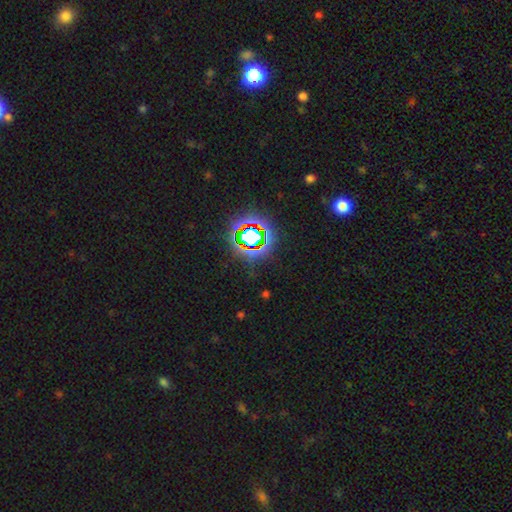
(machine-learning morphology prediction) Q: Smooth or featured?
A: star or artifact (77%); runner-up: smooth (13%)